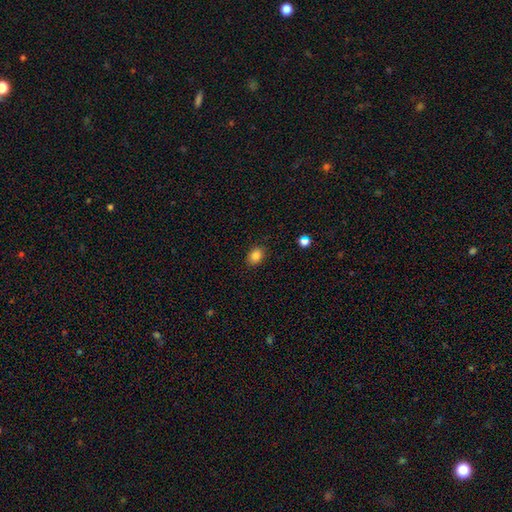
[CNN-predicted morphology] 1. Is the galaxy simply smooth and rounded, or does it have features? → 85% smooth, 10% star or artifact, 5% featured or disk.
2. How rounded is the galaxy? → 66% in between, 33% round, 1% cigar-shaped.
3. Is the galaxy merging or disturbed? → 88% none, 9% minor disturbance, 2% major disturbance, 1% merger.